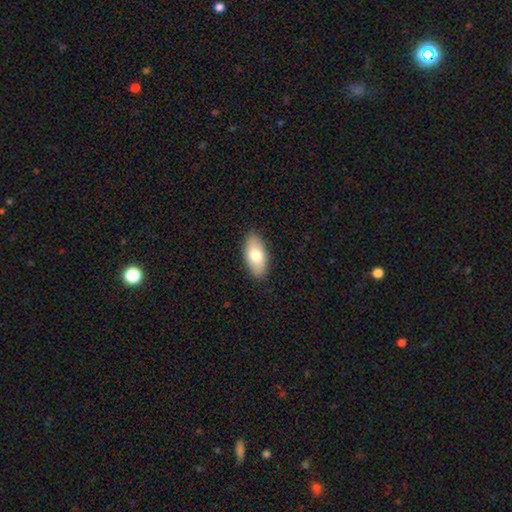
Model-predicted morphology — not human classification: smooth_or_featured: smooth (p=0.77) [alt: featured or disk p=0.17]
how_rounded: in between (p=0.90) [alt: cigar-shaped p=0.07]
merging: none (p=0.87) [alt: minor disturbance p=0.10]